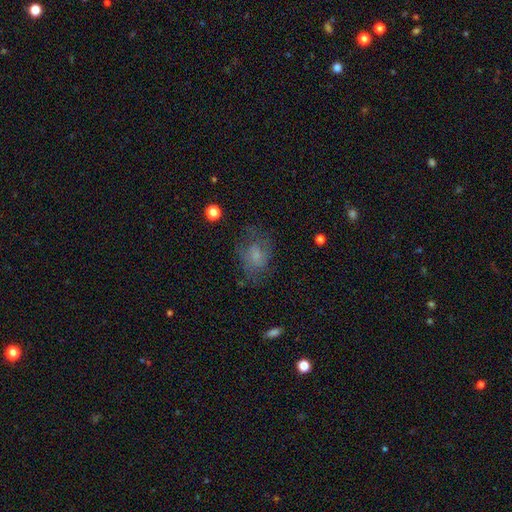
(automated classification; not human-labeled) Smooth or featured?
  - smooth: 56% *
  - featured or disk: 30%
  - star or artifact: 14%
How rounded?
  - in between: 67% *
  - round: 31%
  - cigar-shaped: 2%
Merging?
  - none: 52% *
  - minor disturbance: 23%
  - major disturbance: 23%
  - merger: 2%